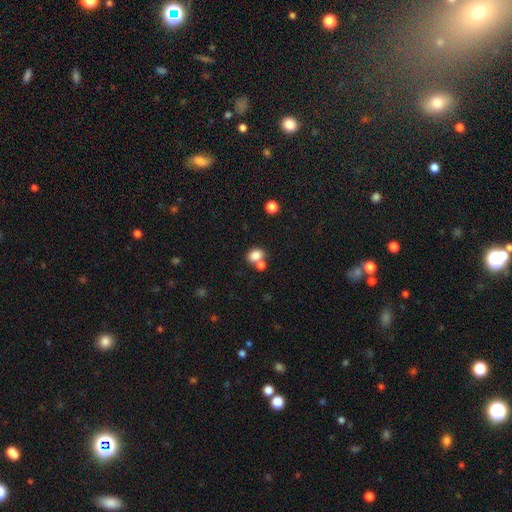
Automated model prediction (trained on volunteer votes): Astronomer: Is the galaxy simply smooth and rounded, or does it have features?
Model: smooth — 82%.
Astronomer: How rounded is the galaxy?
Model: in between — 61% (runner-up: round, 37%).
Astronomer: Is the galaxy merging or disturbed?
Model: none — 50% (runner-up: merger, 35%).